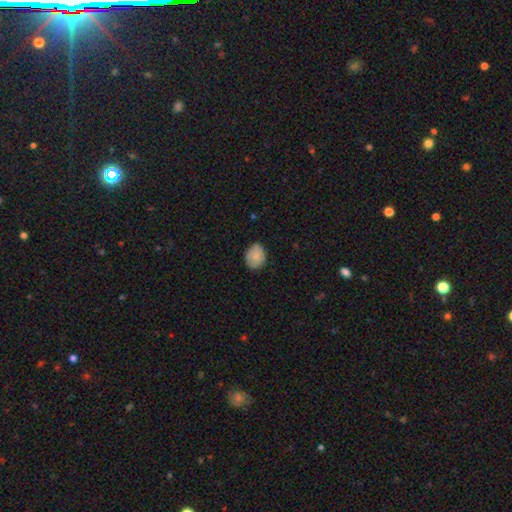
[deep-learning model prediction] Morphology: type=smooth (85%); roundness=in between (50%); merging=none (78%).